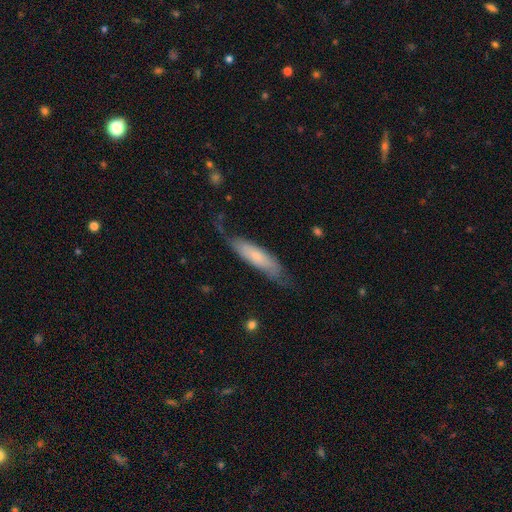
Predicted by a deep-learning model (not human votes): Smooth or featured: smooth — 52% (featured or disk — 42%)
How rounded: cigar-shaped — 66% (in between — 33%)
Merging: none — 59% (minor disturbance — 27%)